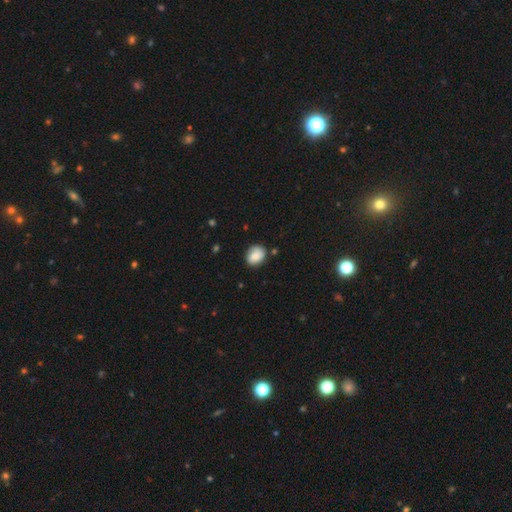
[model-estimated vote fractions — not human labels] Smooth or featured? smooth (77%)
How rounded? round (59%)
Merging? none (75%)